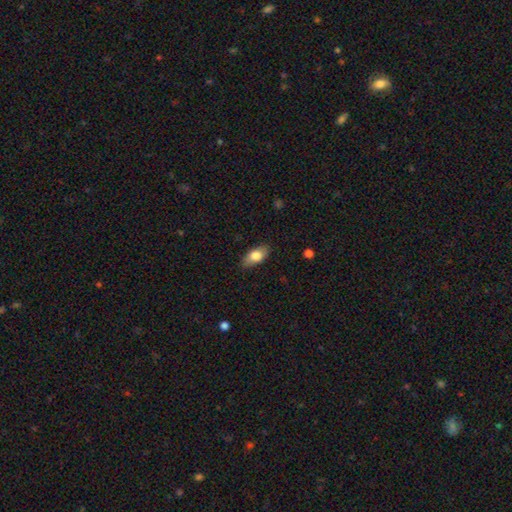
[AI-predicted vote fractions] smooth-or-featured: smooth: 78% | featured or disk: 15% | star or artifact: 7%
  how-rounded: in between: 88% | cigar-shaped: 7% | round: 5%
  merging: none: 83% | minor disturbance: 13% | major disturbance: 3% | merger: 1%